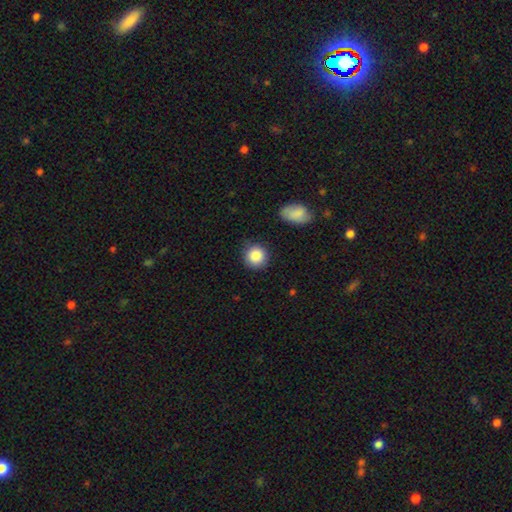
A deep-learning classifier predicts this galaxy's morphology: A smooth galaxy with no disk features (88%) that is round (92%).

Vote fractions:
- Smooth or featured? smooth: 88% / star or artifact: 8% / featured or disk: 4%
- How rounded? round: 92% / in between: 7% / cigar-shaped: 1%
- Merging? none: 85% / minor disturbance: 10% / major disturbance: 3% / merger: 2%